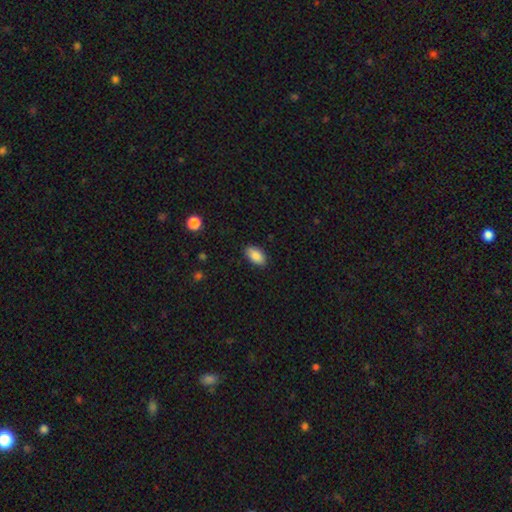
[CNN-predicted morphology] smooth_or_featured: smooth (p=0.88) [alt: star or artifact p=0.07]
how_rounded: in between (p=0.93) [alt: round p=0.04]
merging: none (p=0.87) [alt: minor disturbance p=0.10]